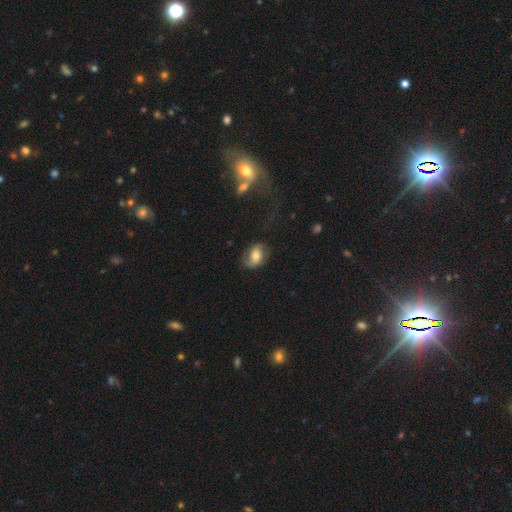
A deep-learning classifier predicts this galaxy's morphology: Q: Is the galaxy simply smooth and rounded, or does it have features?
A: smooth — 47%.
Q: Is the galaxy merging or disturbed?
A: none — 67%.